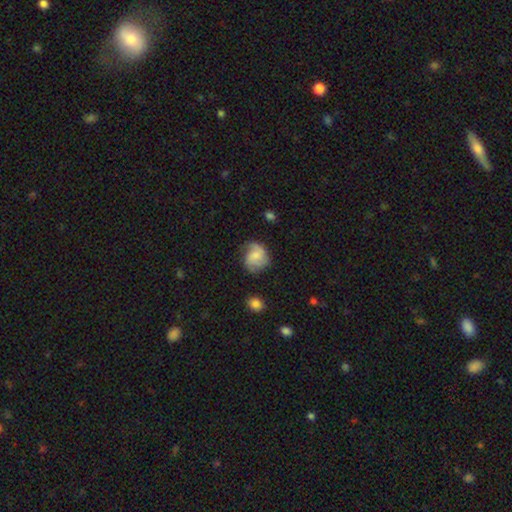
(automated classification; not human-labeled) Q: Smooth or featured?
A: featured or disk (50%); runner-up: smooth (42%)
Q: Edge-on disk?
A: no (98%); runner-up: yes (2%)
Q: Merging?
A: none (62%); runner-up: minor disturbance (24%)